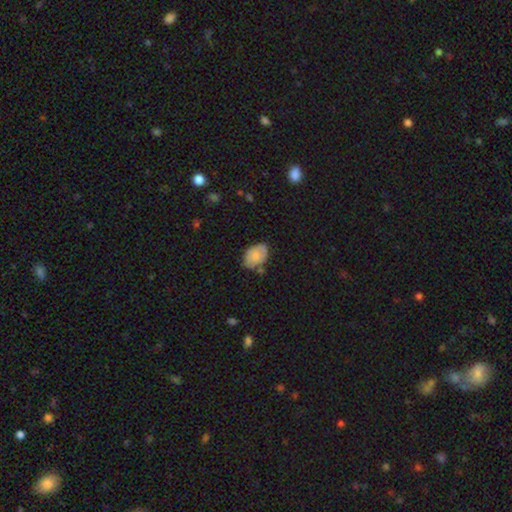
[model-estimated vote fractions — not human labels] The model was most divided on "merging": none: 66%, minor disturbance: 24%, merger: 5%, major disturbance: 5%. More confident: how rounded — in between (84%); smooth or featured — smooth (76%).